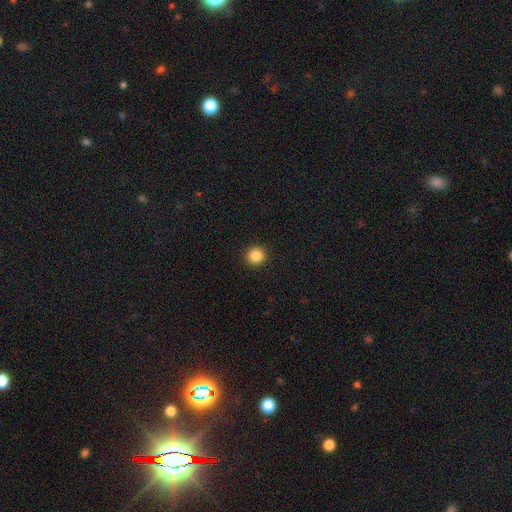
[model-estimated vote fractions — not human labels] Q: Smooth or featured?
A: smooth (86%); runner-up: star or artifact (11%)
Q: How rounded?
A: round (95%); runner-up: in between (4%)
Q: Merging?
A: none (93%); runner-up: minor disturbance (4%)